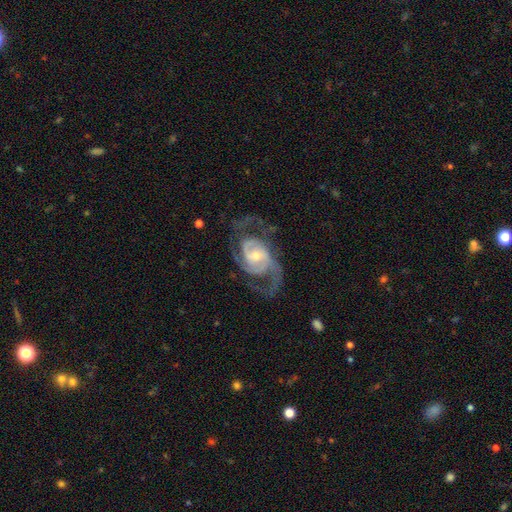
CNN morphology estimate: Smooth or featured? Predicted: featured or disk (p=0.90). Edge-on disk? Predicted: no (p=0.98). Bar? Predicted: no (p=0.49). Spiral arms? Predicted: yes (p=0.97). Spiral winding? Predicted: medium (p=0.52). Spiral arm count? Predicted: 2 (p=0.58). Bulge size? Predicted: small (p=0.48). Merging? Predicted: none (p=0.60).